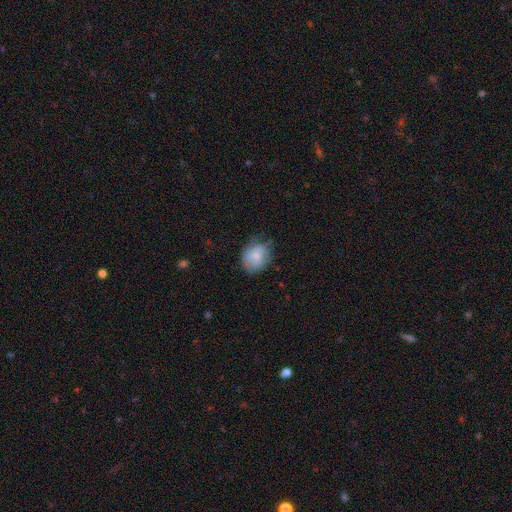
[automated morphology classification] This appears to be a smooth galaxy with no disk features (78%) that is round (54%). Merging: none (56%).